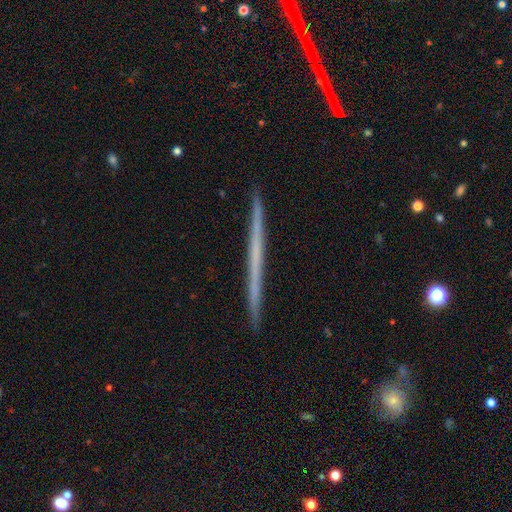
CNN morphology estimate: type=featured or disk (58%); edge-on=yes (98%); edge-on bulge=none (93%); merging=none (91%).